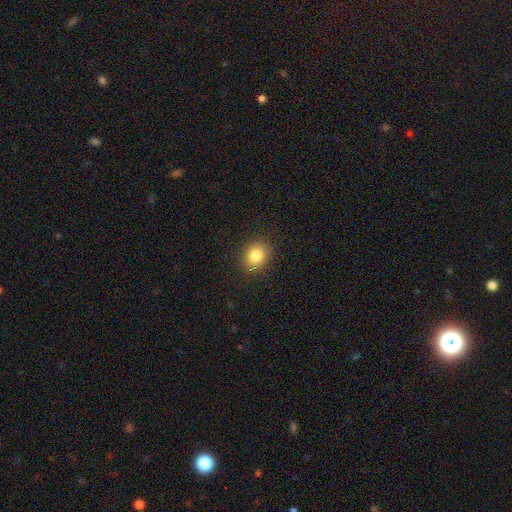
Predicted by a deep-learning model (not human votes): A smooth galaxy with no disk features (83%) that is round (67%).

Vote fractions:
- Smooth or featured? smooth: 83% / star or artifact: 11% / featured or disk: 6%
- How rounded? round: 67% / in between: 32% / cigar-shaped: 1%
- Merging? none: 89% / minor disturbance: 8% / major disturbance: 2% / merger: 1%